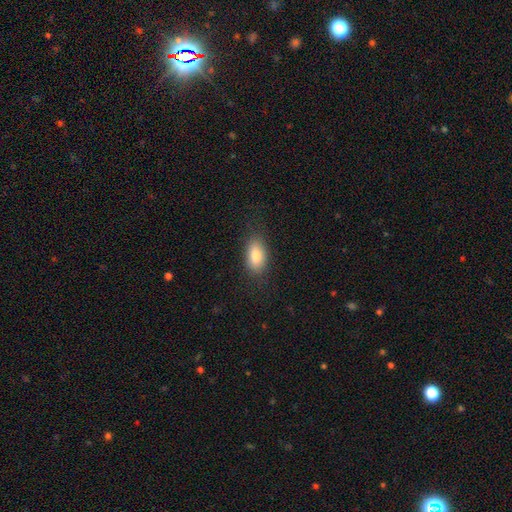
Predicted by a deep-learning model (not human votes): Overall: smooth (81%). How rounded: in between (90%). Merging: none (81%).